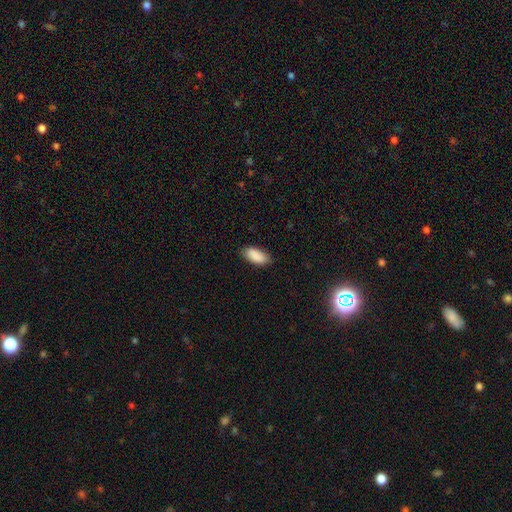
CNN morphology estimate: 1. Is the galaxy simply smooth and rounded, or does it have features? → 90% smooth, 6% star or artifact, 4% featured or disk.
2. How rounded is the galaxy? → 90% in between, 9% cigar-shaped, 2% round.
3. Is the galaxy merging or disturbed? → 84% none, 13% minor disturbance, 2% major disturbance, 1% merger.